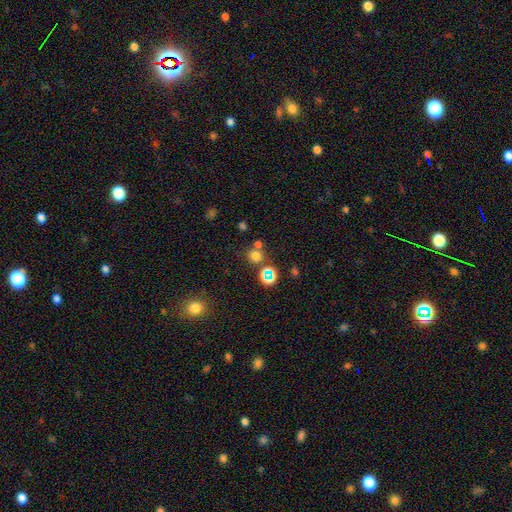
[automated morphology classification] smooth-or-featured: smooth: 64% | star or artifact: 29% | featured or disk: 7%
  how-rounded: round: 88% | in between: 11% | cigar-shaped: 1%
  merging: none: 67% | merger: 22% | minor disturbance: 8% | major disturbance: 4%